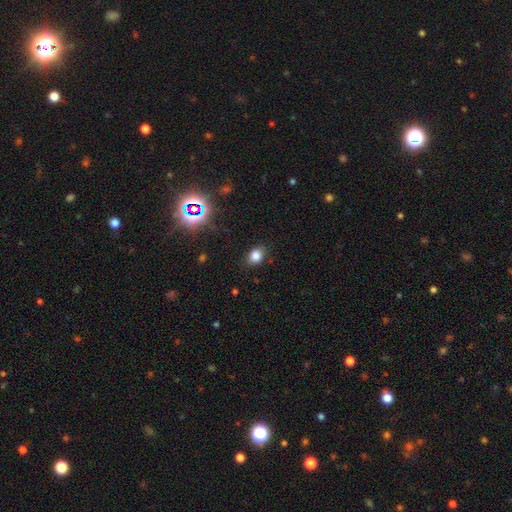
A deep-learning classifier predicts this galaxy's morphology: smooth_or_featured: smooth (p=0.79) [alt: star or artifact p=0.14]
how_rounded: in between (p=0.62) [alt: round p=0.36]
merging: none (p=0.83) [alt: minor disturbance p=0.13]